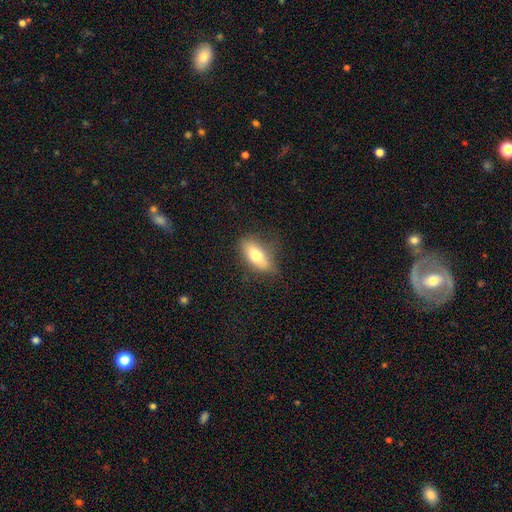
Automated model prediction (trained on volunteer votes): Q: Smooth or featured?
A: smooth (72%); runner-up: featured or disk (20%)
Q: How rounded?
A: in between (81%); runner-up: cigar-shaped (15%)
Q: Merging?
A: none (69%); runner-up: minor disturbance (22%)